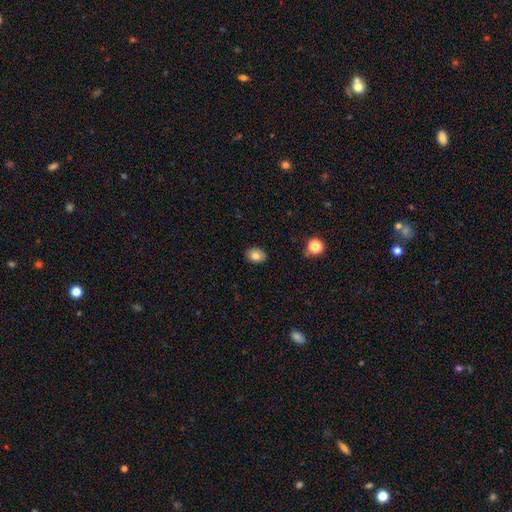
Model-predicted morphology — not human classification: Smooth or featured? smooth (80%)
How rounded? in between (64%)
Merging? none (88%)